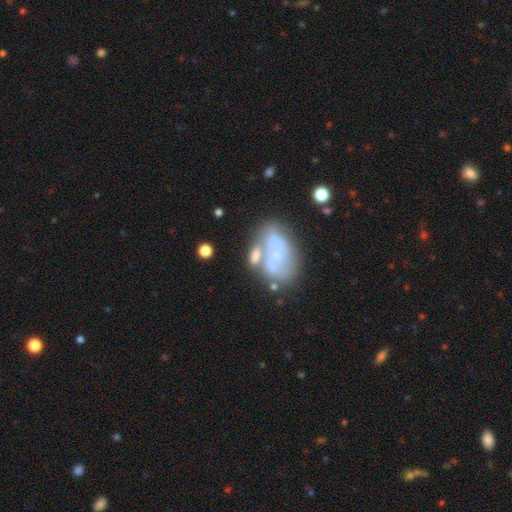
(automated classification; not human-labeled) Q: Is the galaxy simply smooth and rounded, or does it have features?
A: smooth — 47%.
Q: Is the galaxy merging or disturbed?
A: none — 35%.